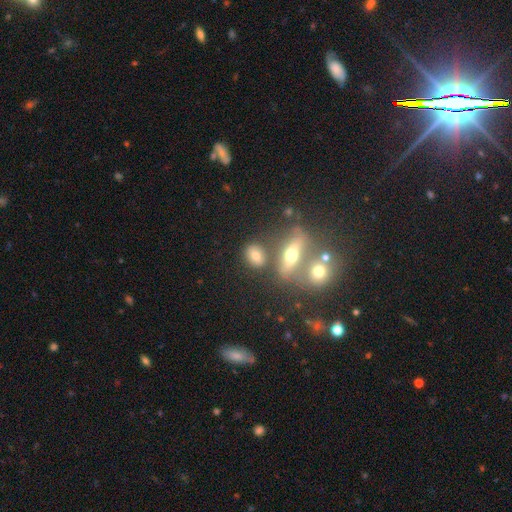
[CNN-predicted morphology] The model was most divided on "how rounded": in between: 58%, round: 35%, cigar-shaped: 7%. More confident: smooth or featured — smooth (66%); merging — none (66%).